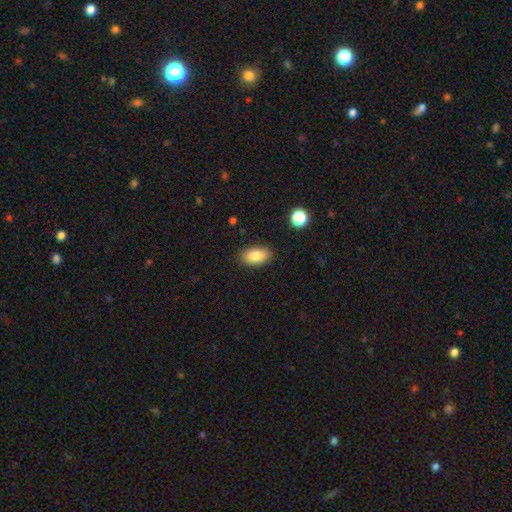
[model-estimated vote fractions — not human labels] A smooth galaxy with no disk features (84%) that is in between round and cigar-shaped (93%). Merging: none (87%).